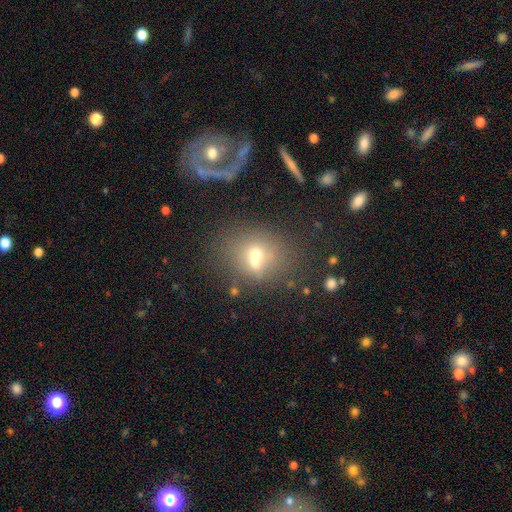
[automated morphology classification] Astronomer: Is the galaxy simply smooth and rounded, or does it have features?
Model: smooth — 52% (runner-up: featured or disk, 29%).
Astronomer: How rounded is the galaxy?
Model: round — 57% (runner-up: in between, 41%).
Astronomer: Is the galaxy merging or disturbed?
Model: none — 44% (runner-up: merger, 35%).